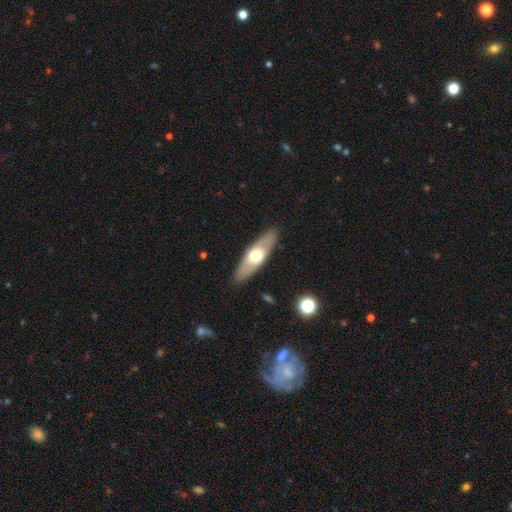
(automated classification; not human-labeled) The model was most divided on "smooth or featured": smooth: 48%, featured or disk: 47%, star or artifact: 5%. More confident: merging — none (89%).